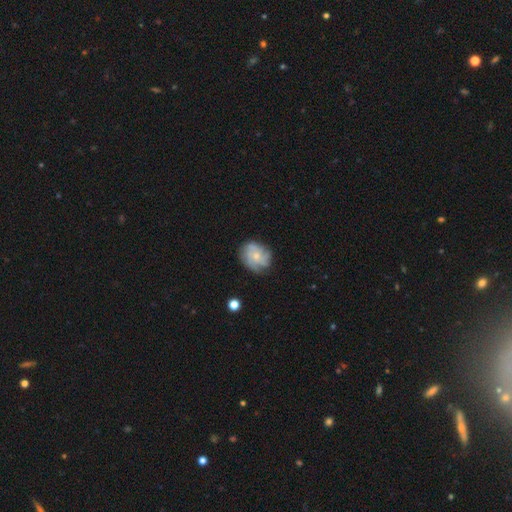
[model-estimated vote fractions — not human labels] Smooth or featured?
  - featured or disk: 64% *
  - smooth: 28%
  - star or artifact: 9%
Edge-on disk?
  - no: 98% *
  - yes: 2%
Bar?
  - no: 79% *
  - weak: 18%
  - strong: 2%
Spiral arms?
  - yes: 89% *
  - no: 11%
Spiral winding?
  - tight: 47% *
  - medium: 37%
  - loose: 15%
Spiral arm count?
  - can't tell: 33% *
  - 4: 25%
  - 3: 20%
  - 2: 8%
  - more than 4: 8%
  - 1: 6%
Bulge size?
  - small: 64% *
  - moderate: 29%
  - none: 4%
  - large: 1%
  - dominant: 1%
Merging?
  - none: 73% *
  - minor disturbance: 19%
  - major disturbance: 7%
  - merger: 1%